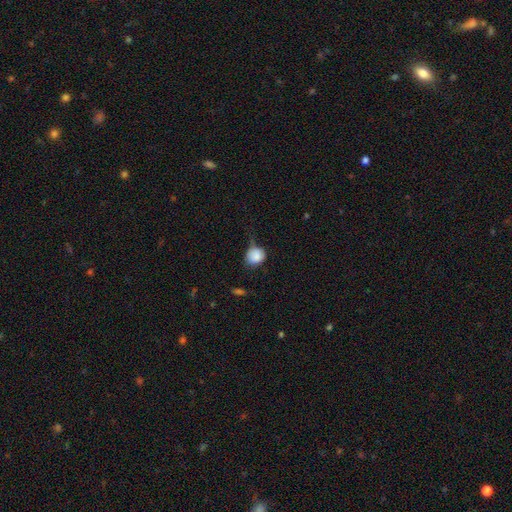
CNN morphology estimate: Overall: smooth (84%). How rounded: round (77%). Merging: none (44%; minor disturbance 39%).